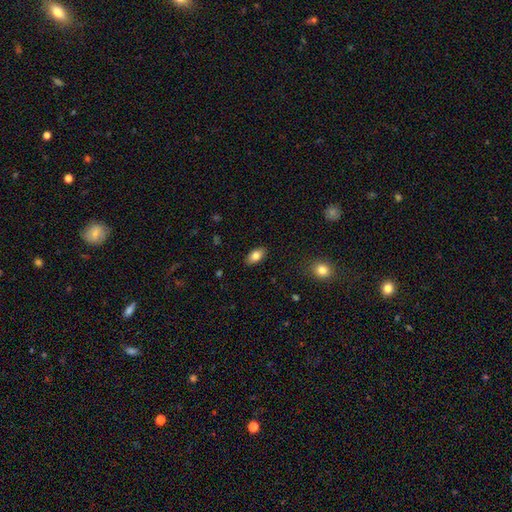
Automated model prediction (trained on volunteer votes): smooth_or_featured: smooth (p=0.82) [alt: featured or disk p=0.11]
how_rounded: in between (p=0.91) [alt: round p=0.05]
merging: none (p=0.88) [alt: minor disturbance p=0.09]